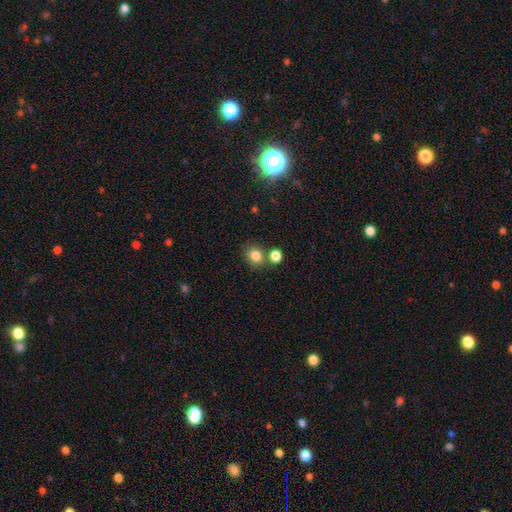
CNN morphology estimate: Smooth or featured: smooth — 82% (star or artifact — 12%)
How rounded: round — 69% (in between — 30%)
Merging: none — 67% (merger — 19%)